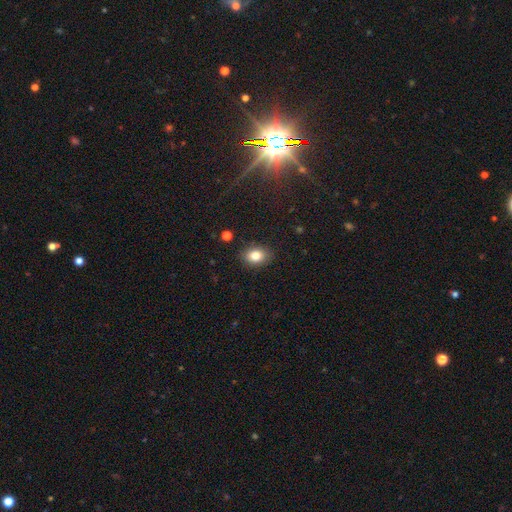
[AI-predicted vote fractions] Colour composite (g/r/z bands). It shows a smooth galaxy with no disk features (82%) that is in between round and cigar-shaped (73%). Merging: none (87%).